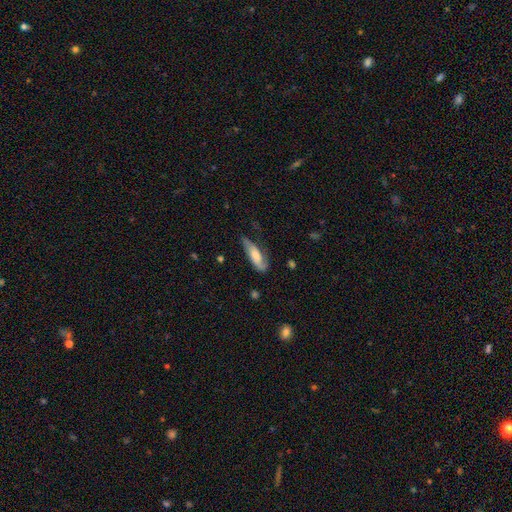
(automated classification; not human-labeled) Smooth or featured? smooth (53%)
How rounded? in between (56%)
Merging? none (53%)